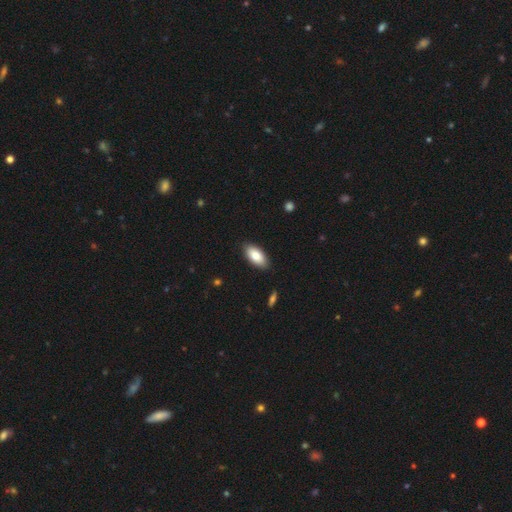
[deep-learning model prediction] Overall: smooth (82%). How rounded: in between (92%). Merging: none (88%).